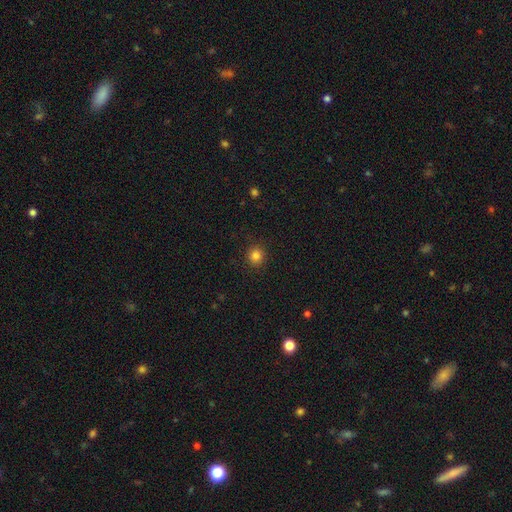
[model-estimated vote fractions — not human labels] Q: Smooth or featured?
A: smooth (83%); runner-up: star or artifact (12%)
Q: How rounded?
A: round (91%); runner-up: in between (9%)
Q: Merging?
A: none (91%); runner-up: minor disturbance (6%)